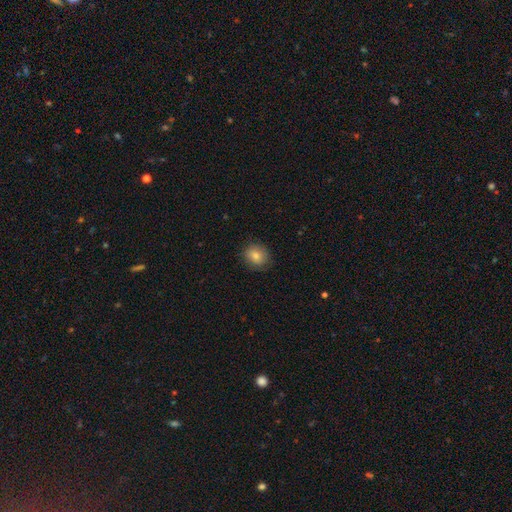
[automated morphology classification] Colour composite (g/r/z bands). It shows a smooth galaxy with no disk features (76%) that is round (67%). Merging: none (81%).